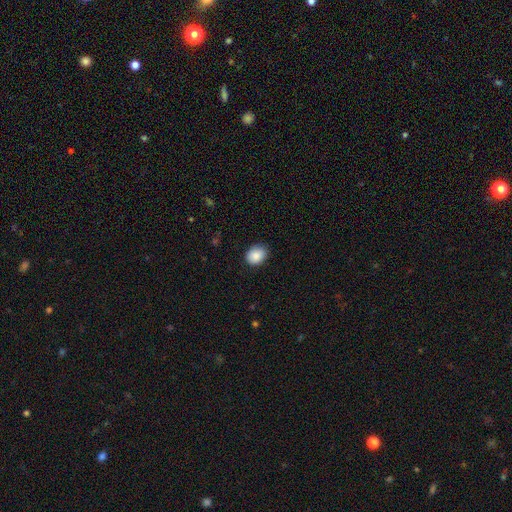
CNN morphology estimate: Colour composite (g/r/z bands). It shows a smooth galaxy with no disk features (89%) that is in between round and cigar-shaped (56%). Merging: none (81%).